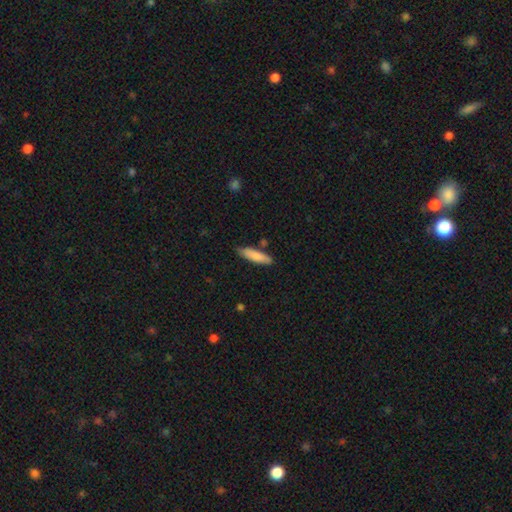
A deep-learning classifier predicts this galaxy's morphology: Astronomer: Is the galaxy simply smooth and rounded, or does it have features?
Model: smooth — 82%.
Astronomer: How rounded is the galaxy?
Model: cigar-shaped — 67%.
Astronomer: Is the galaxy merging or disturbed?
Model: none — 81%.